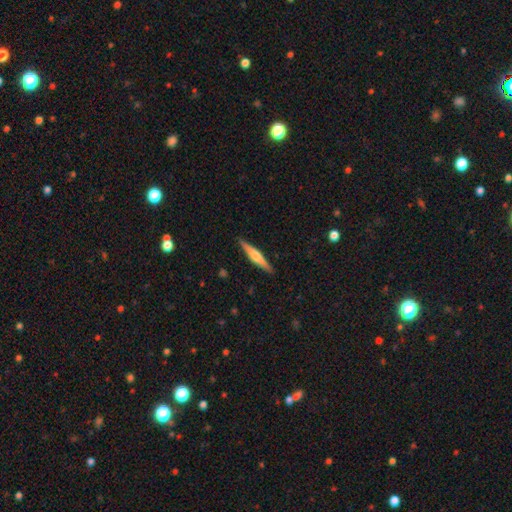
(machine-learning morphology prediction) This is possibly a featured or disk galaxy (59%). It is clearly viewed edge-on (97%). Edge-on bulge: likely rounded (79%). Merging: clearly none (90%).